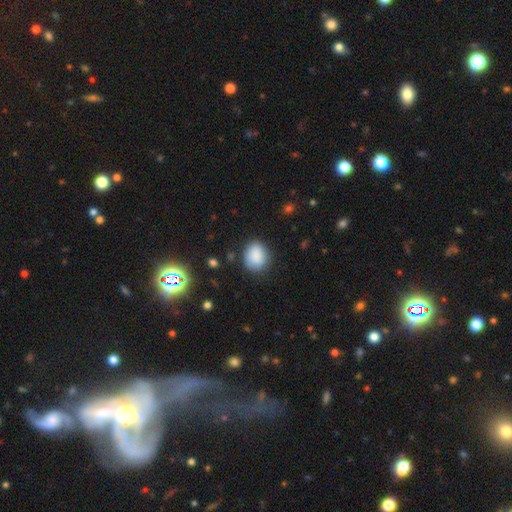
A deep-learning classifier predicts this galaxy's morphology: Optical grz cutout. It shows a smooth galaxy with no disk features (87%) that is round (60%). Merging: none (80%).